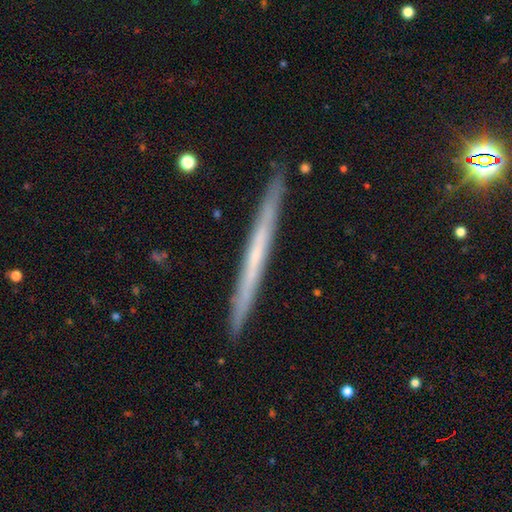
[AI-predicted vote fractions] Overall: featured or disk (58%; smooth 35%). Edge-on disk: yes (96%). Edge-on bulge: none (87%). Merging: none (91%).